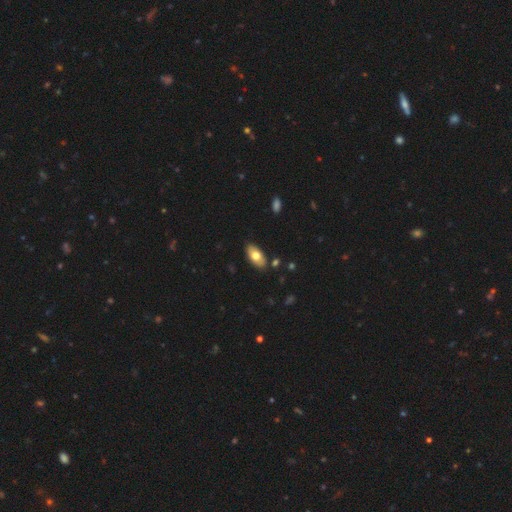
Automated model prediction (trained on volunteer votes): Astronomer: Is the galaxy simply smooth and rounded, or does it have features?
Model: smooth — 71%.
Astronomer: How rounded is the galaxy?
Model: in between — 92%.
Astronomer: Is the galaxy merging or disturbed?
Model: none — 85%.